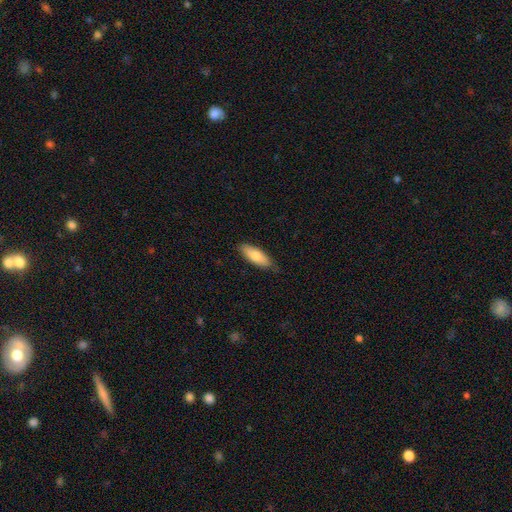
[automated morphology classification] smooth 78%, featured or disk 16%, star or artifact 6%. Down the decision tree: how rounded — in between (64%); merging — none (81%).